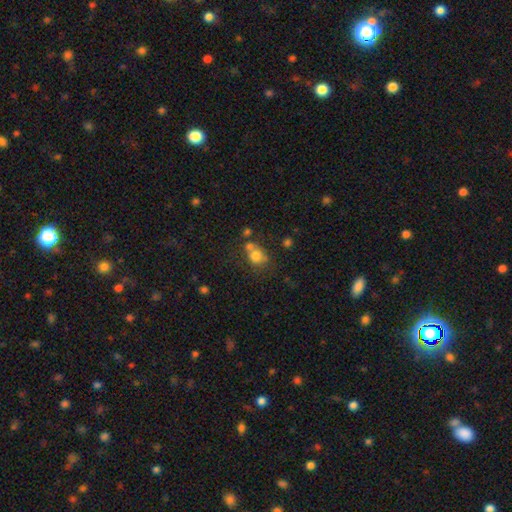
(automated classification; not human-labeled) A smooth galaxy with no disk features (75%) that is round (68%).

Vote fractions:
- Smooth or featured? smooth: 75% / star or artifact: 13% / featured or disk: 13%
- How rounded? round: 68% / in between: 31% / cigar-shaped: 1%
- Merging? none: 46% / merger: 32% / minor disturbance: 15% / major disturbance: 7%